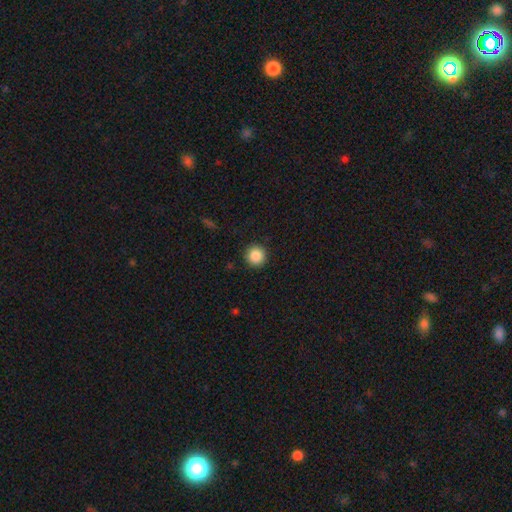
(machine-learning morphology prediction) smooth_or_featured: smooth (p=0.87) [alt: star or artifact p=0.09]
how_rounded: round (p=0.95) [alt: in between p=0.04]
merging: none (p=0.92) [alt: minor disturbance p=0.06]